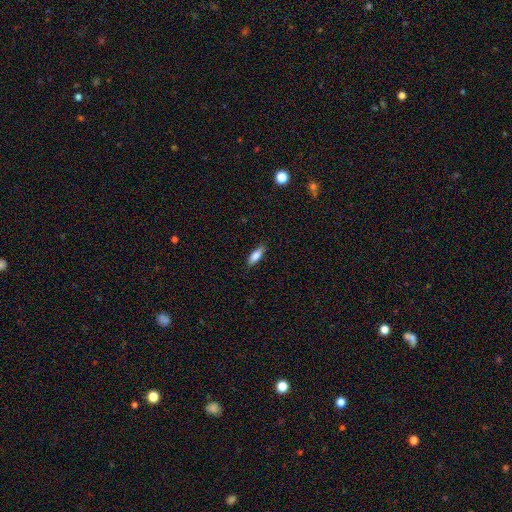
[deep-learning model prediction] A smooth galaxy with no disk features (82%) that is in between round and cigar-shaped (63%). Merging: none (85%).